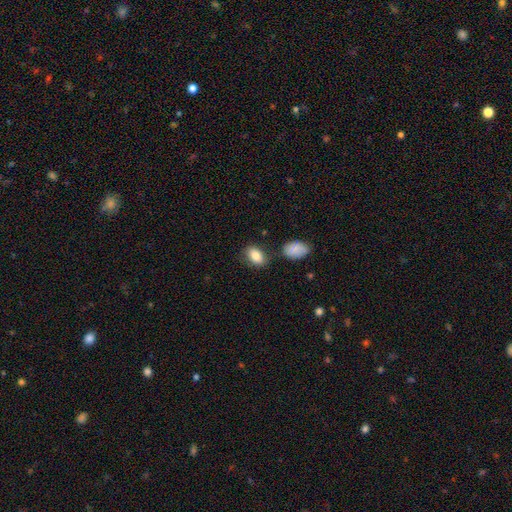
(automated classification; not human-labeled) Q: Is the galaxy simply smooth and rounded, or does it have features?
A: smooth — 84%.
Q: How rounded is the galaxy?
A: in between — 88%.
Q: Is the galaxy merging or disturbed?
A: none — 71%.